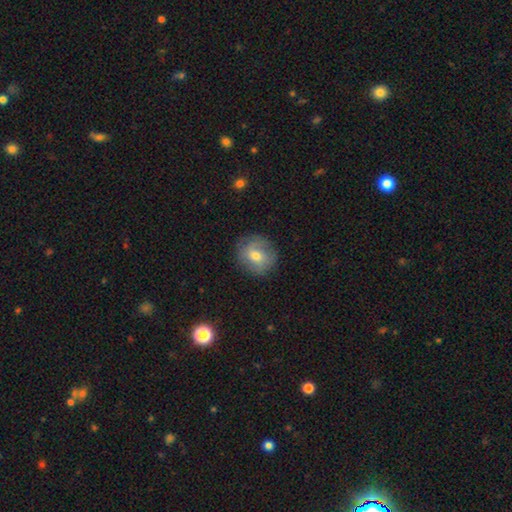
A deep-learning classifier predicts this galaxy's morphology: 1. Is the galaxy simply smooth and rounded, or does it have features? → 58% smooth, 33% featured or disk, 9% star or artifact.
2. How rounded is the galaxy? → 83% round, 16% in between, 1% cigar-shaped.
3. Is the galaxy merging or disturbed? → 78% none, 16% minor disturbance, 5% major disturbance, 1% merger.